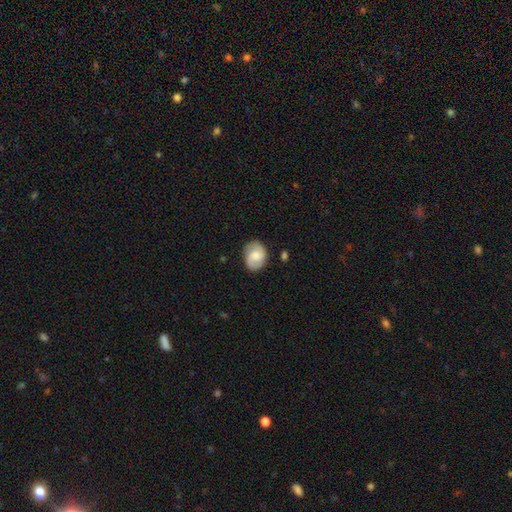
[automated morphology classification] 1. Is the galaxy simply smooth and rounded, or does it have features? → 50% featured or disk, 43% smooth, 7% star or artifact.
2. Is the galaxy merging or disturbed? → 78% none, 16% minor disturbance, 4% major disturbance, 2% merger.